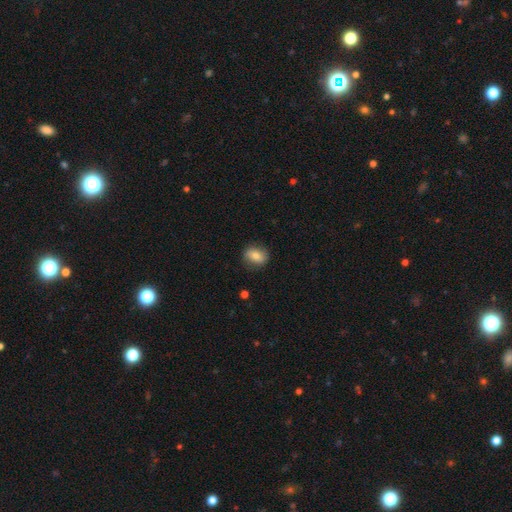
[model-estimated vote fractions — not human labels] smooth 76%, featured or disk 15%, star or artifact 8%. Down the decision tree: how rounded — in between (62%); merging — none (82%).